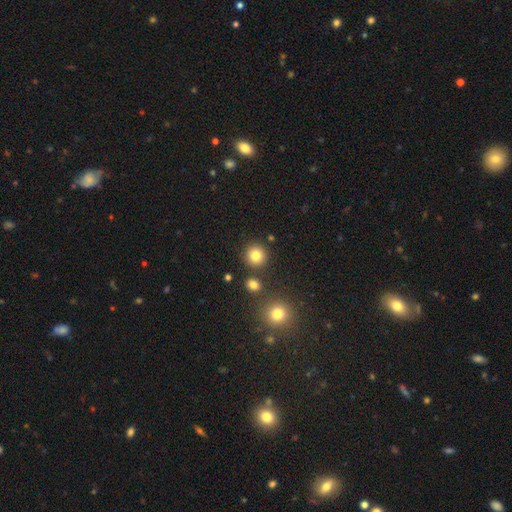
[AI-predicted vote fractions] Smooth or featured?
  - smooth: 82% *
  - star or artifact: 12%
  - featured or disk: 6%
How rounded?
  - round: 94% *
  - in between: 6%
  - cigar-shaped: 1%
Merging?
  - none: 87% *
  - minor disturbance: 6%
  - merger: 5%
  - major disturbance: 2%